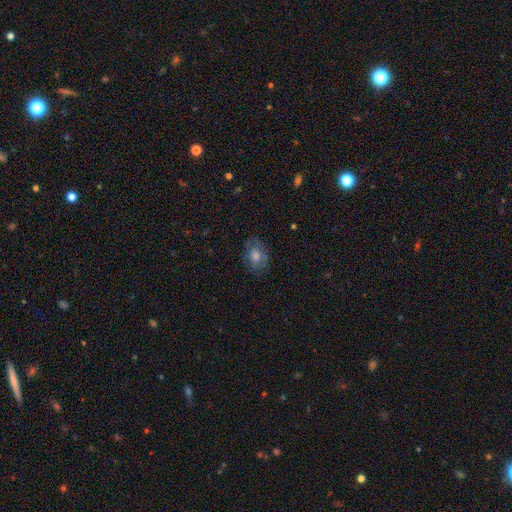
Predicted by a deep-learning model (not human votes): Smooth or featured? Predicted: smooth (p=0.55). How rounded? Predicted: in between (p=0.62). Merging? Predicted: none (p=0.77).